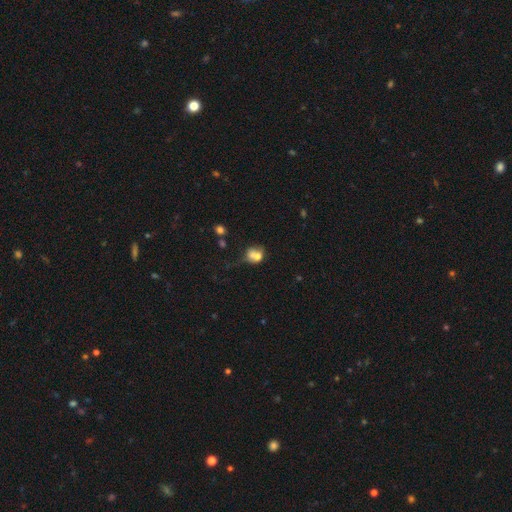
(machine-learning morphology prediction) A smooth galaxy with no disk features (69%) that is round (61%).

Vote fractions:
- Smooth or featured? smooth: 69% / featured or disk: 19% / star or artifact: 12%
- How rounded? round: 61% / in between: 38% / cigar-shaped: 1%
- Merging? merger: 41% / none: 30% / minor disturbance: 17% / major disturbance: 11%